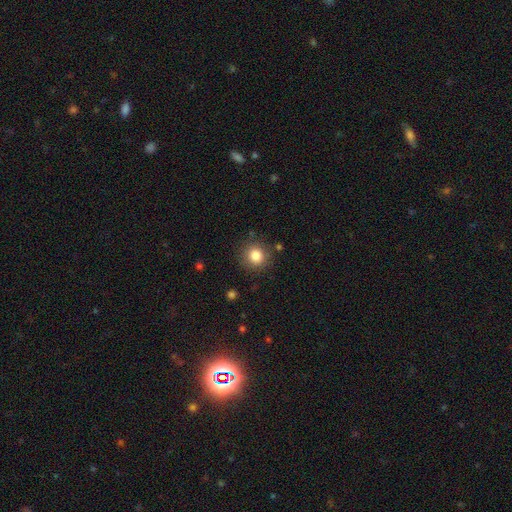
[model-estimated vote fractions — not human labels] A smooth galaxy with no disk features (83%) that is round (91%). Merging: none (87%).